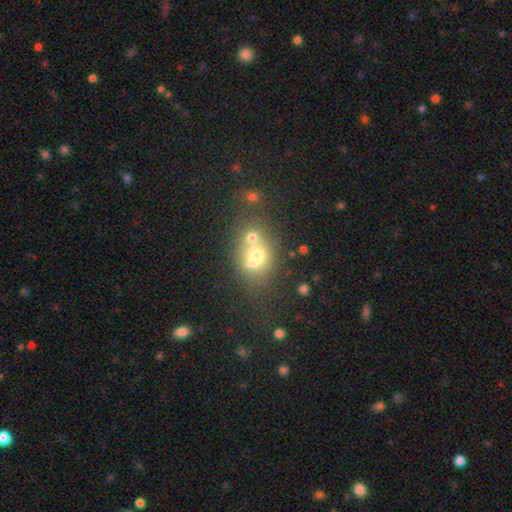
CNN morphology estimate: A smooth galaxy with no disk features (57%) that is in between round and cigar-shaped (52%). Merging: merger (55%).